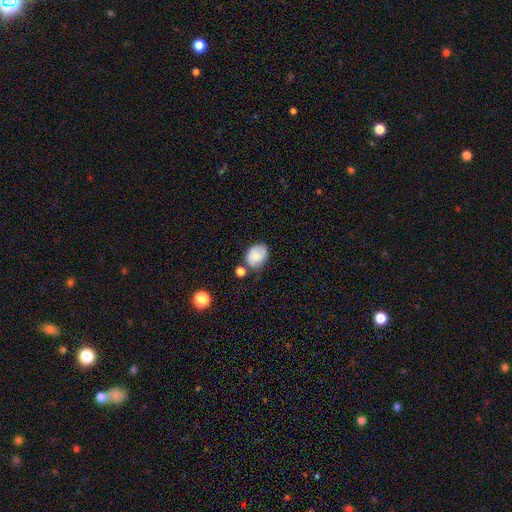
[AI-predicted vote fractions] smooth 82%, featured or disk 10%, star or artifact 8%. Down the decision tree: how rounded — in between (63%); merging — none (58%).